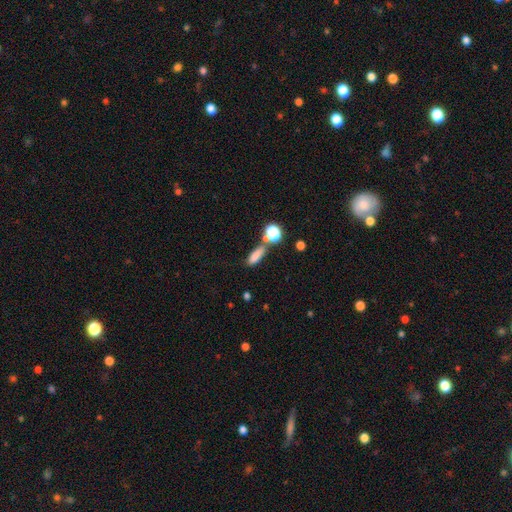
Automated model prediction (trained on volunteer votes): smooth-or-featured: smooth: 76% | star or artifact: 14% | featured or disk: 10%
  how-rounded: in between: 51% | cigar-shaped: 39% | round: 10%
  merging: none: 57% | merger: 21% | minor disturbance: 15% | major disturbance: 7%